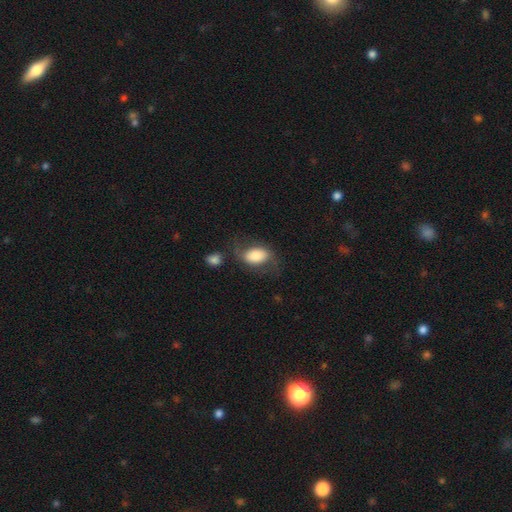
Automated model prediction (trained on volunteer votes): Morphology: type=smooth (68%); roundness=in between (85%); merging=none (53%).